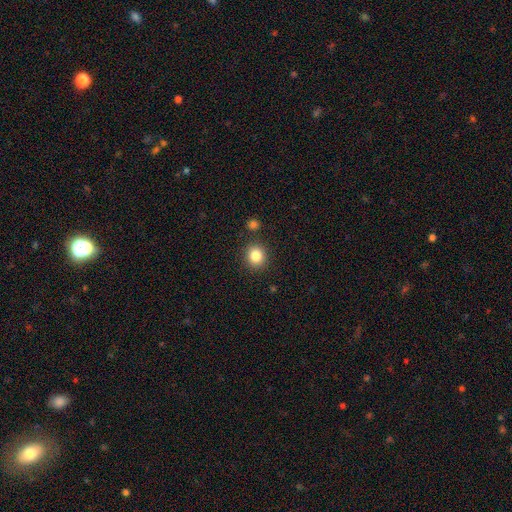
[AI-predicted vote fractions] A smooth galaxy with no disk features (84%) that is round (86%). Merging: none (87%).